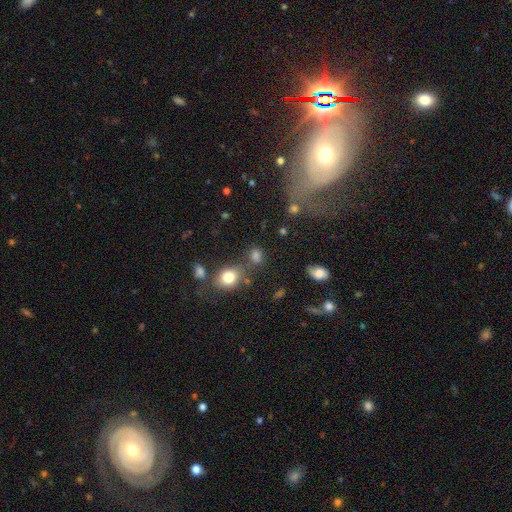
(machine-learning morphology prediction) Smooth or featured? Predicted: smooth (p=0.78). How rounded? Predicted: in between (p=0.49). Merging? Predicted: none (p=0.64).